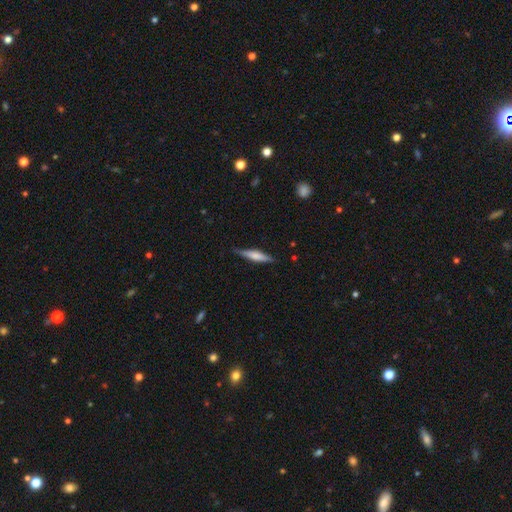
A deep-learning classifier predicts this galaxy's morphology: Smooth or featured?
  - smooth: 49% *
  - featured or disk: 45%
  - star or artifact: 6%
Merging?
  - none: 83% *
  - minor disturbance: 13%
  - major disturbance: 2%
  - merger: 1%